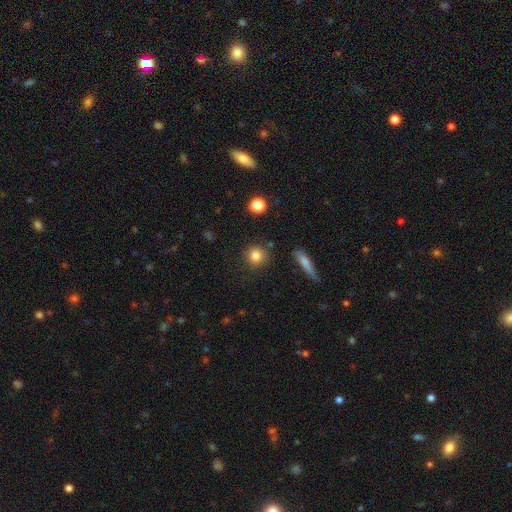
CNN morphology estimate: The model was most divided on "smooth or featured": smooth: 83%, star or artifact: 10%, featured or disk: 7%. More confident: how rounded — round (90%); merging — none (85%).